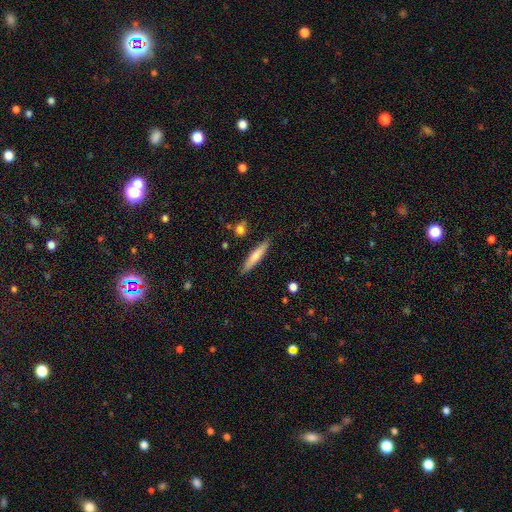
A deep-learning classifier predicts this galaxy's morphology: Overall: smooth (69%). How rounded: cigar-shaped (88%). Merging: none (86%).